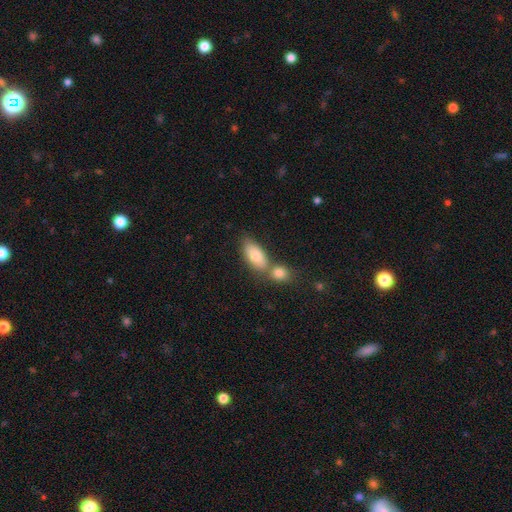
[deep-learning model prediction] smooth 80%, featured or disk 13%, star or artifact 7%. Down the decision tree: how rounded — in between (88%); merging — none (43%, tied with merger).